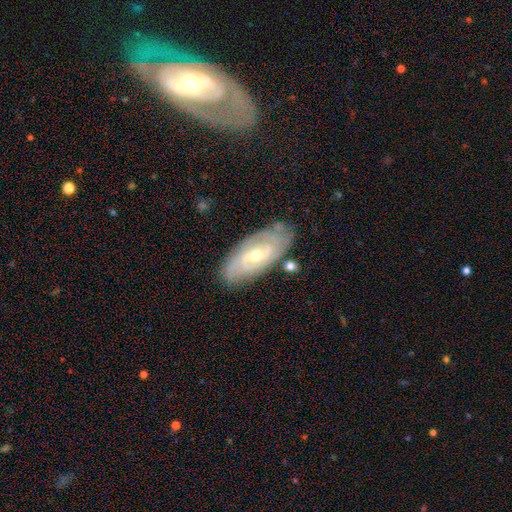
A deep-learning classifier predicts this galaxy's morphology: A featured or disk galaxy (78%) with a weak bar (46%), 2 (39%) tight (62%) spiral arms (88%) and a moderate central bulge (52%). Merging: none (78%).